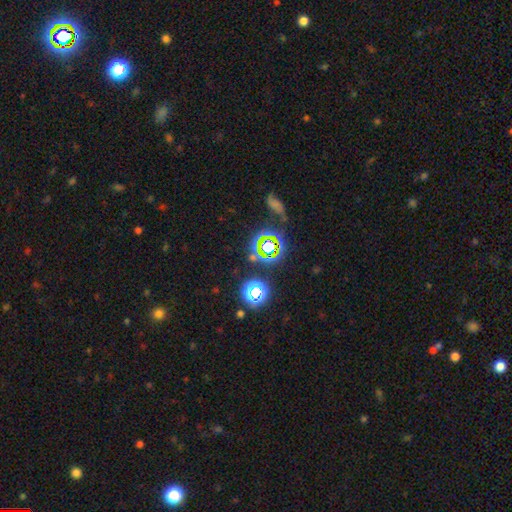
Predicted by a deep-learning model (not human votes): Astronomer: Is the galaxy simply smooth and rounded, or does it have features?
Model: star or artifact — 70%.